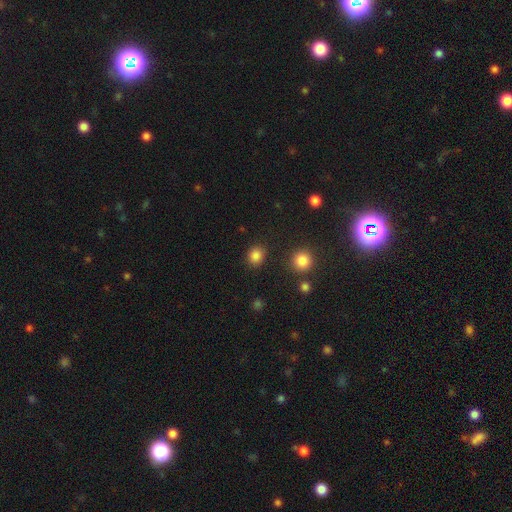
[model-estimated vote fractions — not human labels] smooth_or_featured: smooth (p=0.85) [alt: star or artifact p=0.12]
how_rounded: round (p=0.75) [alt: in between p=0.24]
merging: none (p=0.88) [alt: minor disturbance p=0.07]